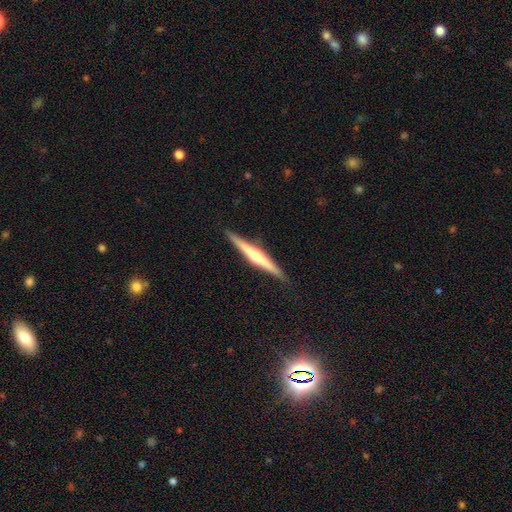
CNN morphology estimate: Smooth or featured: featured or disk — 72% (smooth — 22%)
Edge-on disk: yes — 98% (no — 2%)
Edge-on bulge: rounded — 81% (none — 12%)
Merging: none — 90% (minor disturbance — 8%)